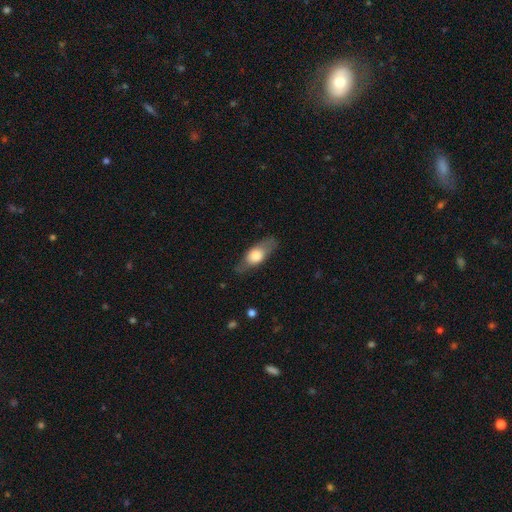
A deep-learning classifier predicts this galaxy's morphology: smooth-or-featured: smooth: 61% | featured or disk: 32% | star or artifact: 6%
  how-rounded: in between: 71% | cigar-shaped: 21% | round: 8%
  merging: none: 73% | minor disturbance: 19% | major disturbance: 7% | merger: 1%